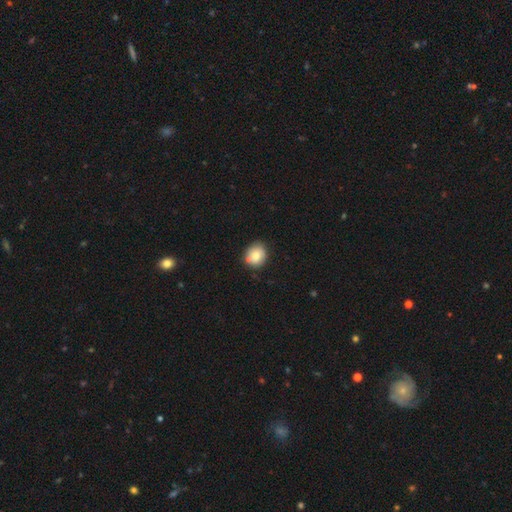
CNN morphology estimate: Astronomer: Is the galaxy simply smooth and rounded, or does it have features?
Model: smooth — 78%.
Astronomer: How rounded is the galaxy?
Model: round — 78%.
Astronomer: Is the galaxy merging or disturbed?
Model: none — 75%.